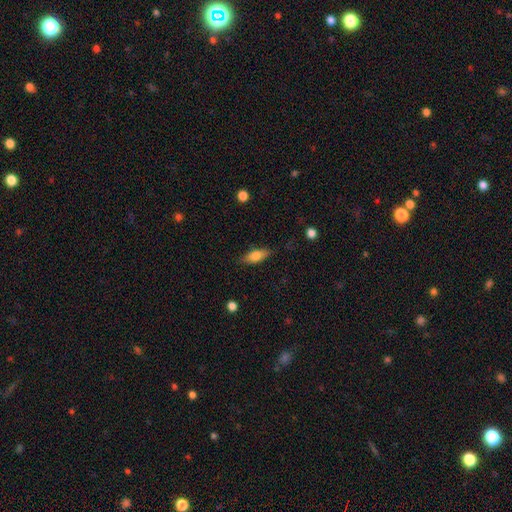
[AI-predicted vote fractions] Smooth or featured: smooth — 75% (featured or disk — 18%)
How rounded: in between — 74% (cigar-shaped — 23%)
Merging: none — 81% (minor disturbance — 15%)